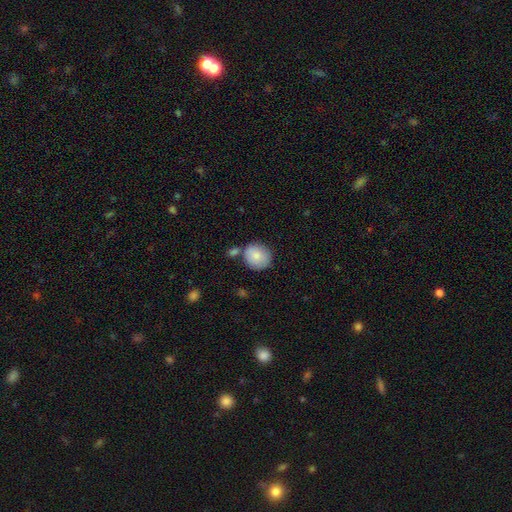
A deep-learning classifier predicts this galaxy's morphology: A smooth galaxy with no disk features (84%) that is round (79%).

Vote fractions:
- Smooth or featured? smooth: 84% / featured or disk: 9% / star or artifact: 7%
- How rounded? round: 79% / in between: 20% / cigar-shaped: 1%
- Merging? none: 65% / merger: 16% / minor disturbance: 15% / major disturbance: 4%